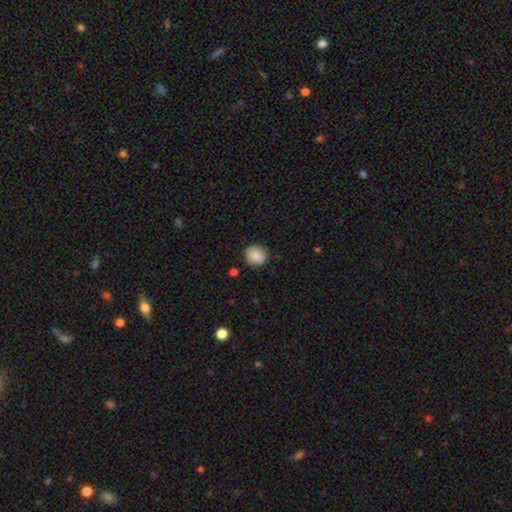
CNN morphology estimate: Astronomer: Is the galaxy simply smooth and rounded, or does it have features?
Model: smooth — 86%.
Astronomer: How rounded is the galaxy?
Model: round — 89%.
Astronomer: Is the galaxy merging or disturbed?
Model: none — 87%.